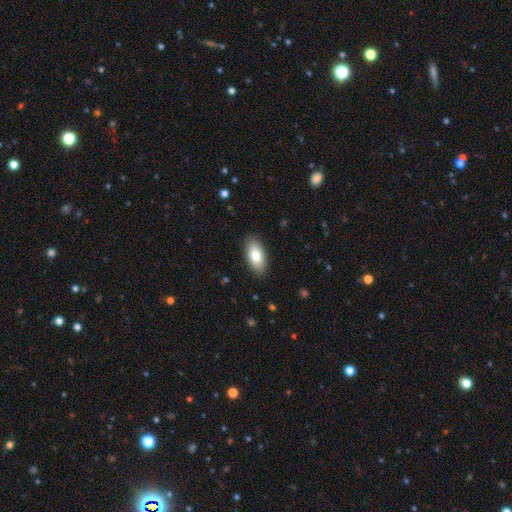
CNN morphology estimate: A smooth galaxy with no disk features (81%) that is in between round and cigar-shaped (91%).

Vote fractions:
- Smooth or featured? smooth: 81% / featured or disk: 13% / star or artifact: 7%
- How rounded? in between: 91% / cigar-shaped: 7% / round: 3%
- Merging? none: 88% / minor disturbance: 9% / major disturbance: 2% / merger: 1%